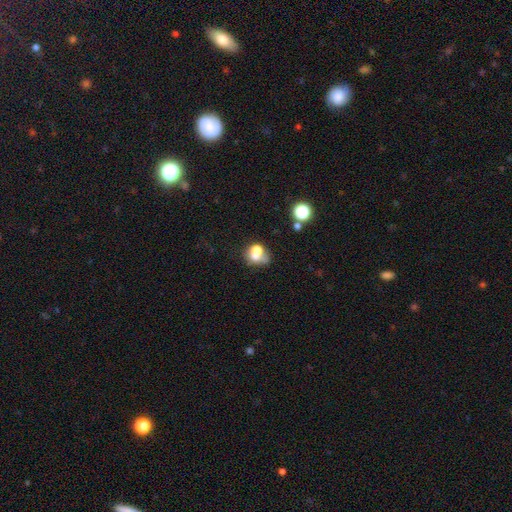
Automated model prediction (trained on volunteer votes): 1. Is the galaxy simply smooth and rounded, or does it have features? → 62% smooth, 24% featured or disk, 15% star or artifact.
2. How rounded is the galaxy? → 57% round, 42% in between, 1% cigar-shaped.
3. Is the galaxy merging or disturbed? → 40% merger, 29% none, 16% minor disturbance, 15% major disturbance.